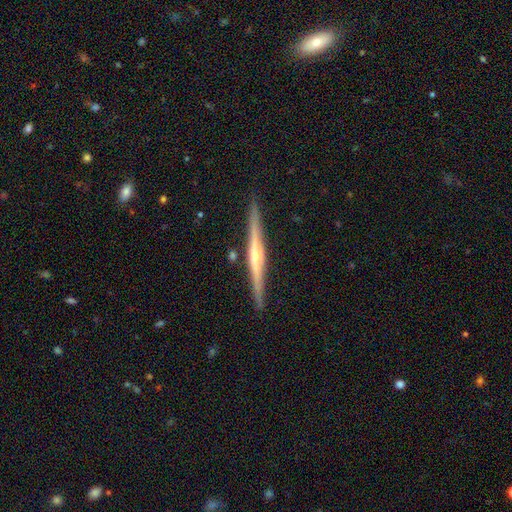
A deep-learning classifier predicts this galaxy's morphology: smooth-or-featured: featured or disk: 80% | smooth: 15% | star or artifact: 5%
  disk-edge-on: yes: 98% | no: 2%
    edge-on-bulge: rounded: 77% | none: 15% | boxy: 8%
  merging: none: 91% | minor disturbance: 6% | merger: 2% | major disturbance: 1%